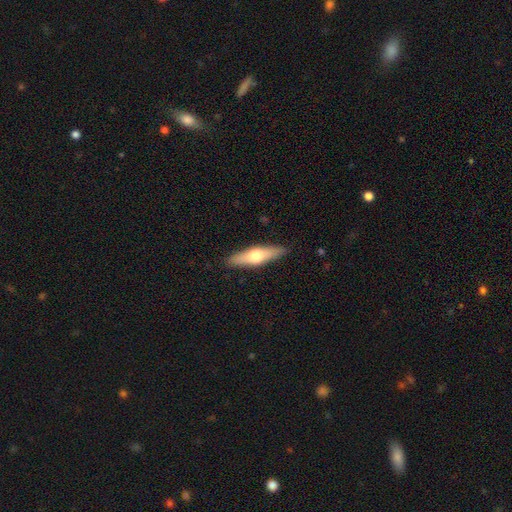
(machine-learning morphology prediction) type=smooth (50%); merging=none (89%).